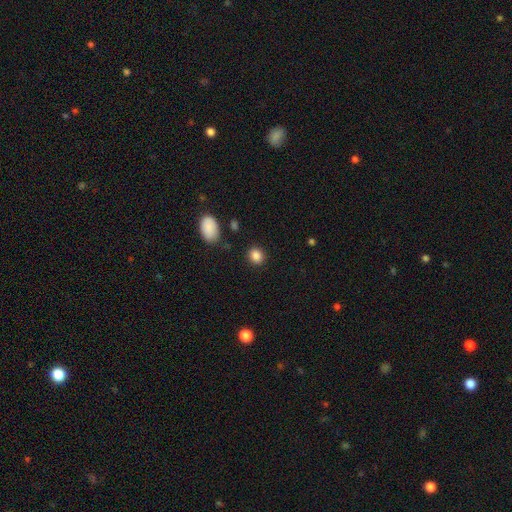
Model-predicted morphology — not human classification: Smooth or featured? Predicted: smooth (p=0.86). How rounded? Predicted: round (p=0.70). Merging? Predicted: none (p=0.87).